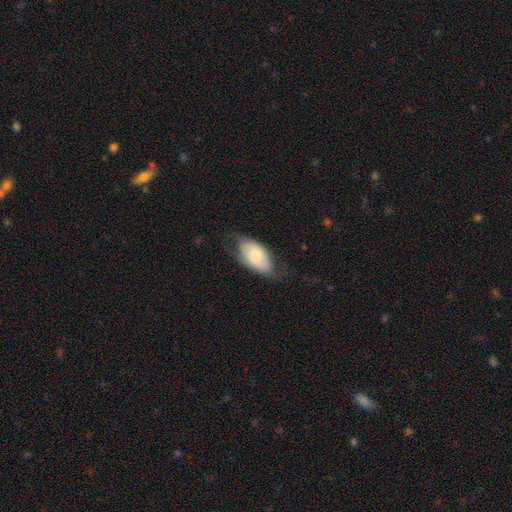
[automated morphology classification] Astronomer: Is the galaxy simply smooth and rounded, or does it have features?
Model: smooth — 63%.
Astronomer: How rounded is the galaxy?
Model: in between — 94%.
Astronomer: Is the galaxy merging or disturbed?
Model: none — 53% (runner-up: minor disturbance, 28%).